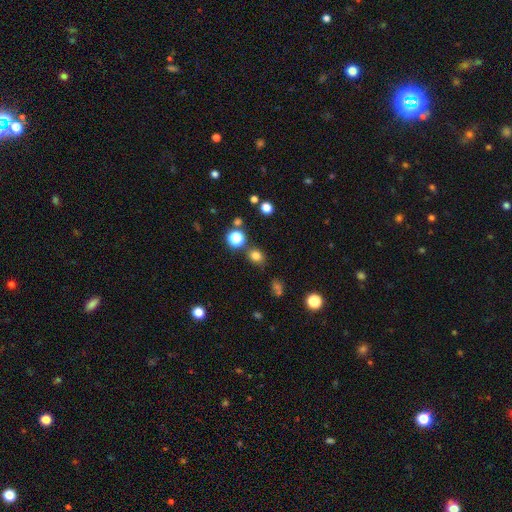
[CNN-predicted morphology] A smooth galaxy with no disk features (75%) that is round (71%). Merging: none (80%).